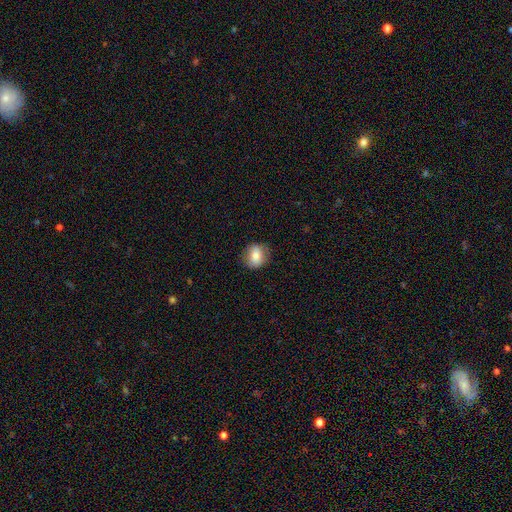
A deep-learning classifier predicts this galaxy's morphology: smooth_or_featured: smooth (p=0.79) [alt: featured or disk p=0.13]
how_rounded: round (p=0.60) [alt: in between p=0.39]
merging: none (p=0.81) [alt: minor disturbance p=0.14]